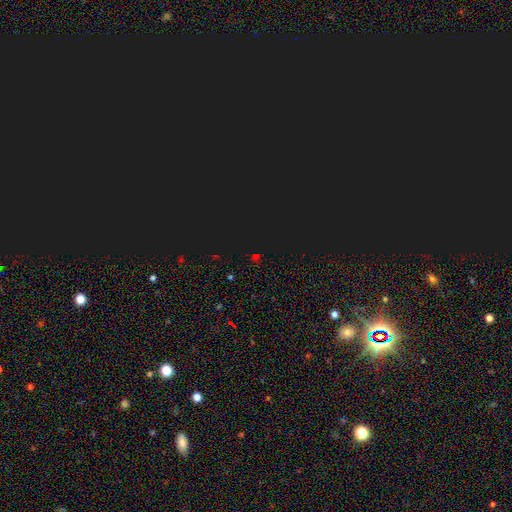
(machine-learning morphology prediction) Overall: star or artifact (75%).